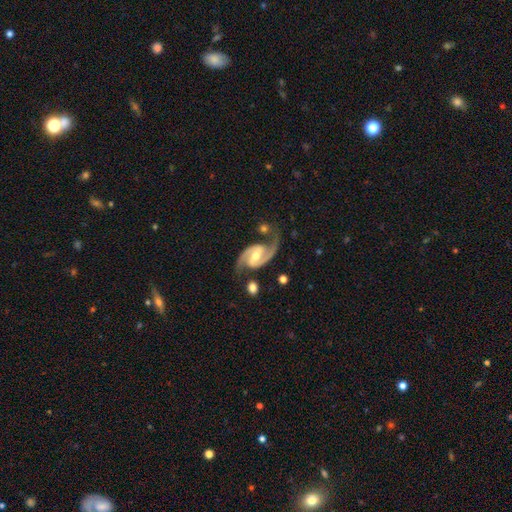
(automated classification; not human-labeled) A featured or disk galaxy (92%) with a weak bar (43%), 2 (94%) medium (60%) spiral arms (98%) and a moderate central bulge (66%).

Vote fractions:
- Smooth or featured? featured or disk: 92% / star or artifact: 4% / smooth: 4%
- Edge-on disk? no: 98% / yes: 2%
- Bar? weak: 43% / strong: 38% / no: 19%
- Spiral arms? yes: 98% / no: 2%
- Spiral winding? medium: 60% / loose: 22% / tight: 18%
- Spiral arm count? 2: 94% / can't tell: 1% / 1: 1% / 3: 1% / 4: 1% / more than 4: 1%
- Bulge size? moderate: 66% / small: 27% / large: 5% / none: 2% / dominant: 1%
- Merging? none: 74% / minor disturbance: 15% / major disturbance: 6% / merger: 6%